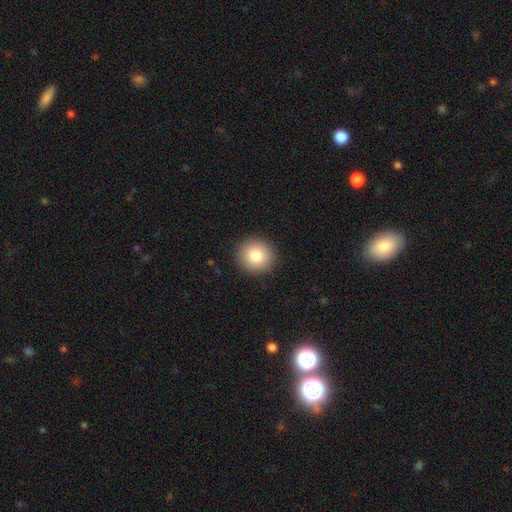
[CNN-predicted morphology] smooth_or_featured: smooth (p=0.81) [alt: star or artifact p=0.10]
how_rounded: round (p=0.92) [alt: in between p=0.07]
merging: none (p=0.92) [alt: minor disturbance p=0.05]